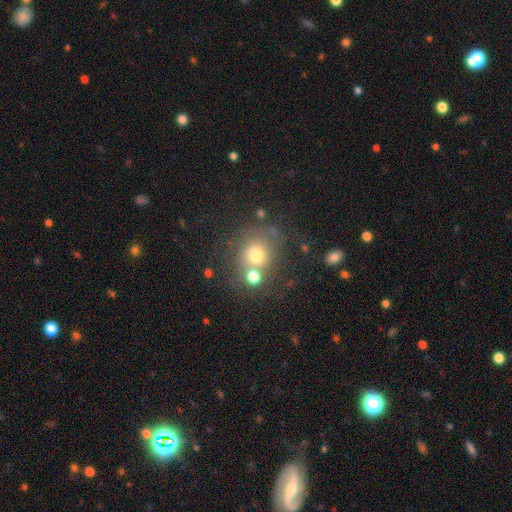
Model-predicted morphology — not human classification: Smooth or featured? smooth (67%)
How rounded? round (81%)
Merging? none (54%)